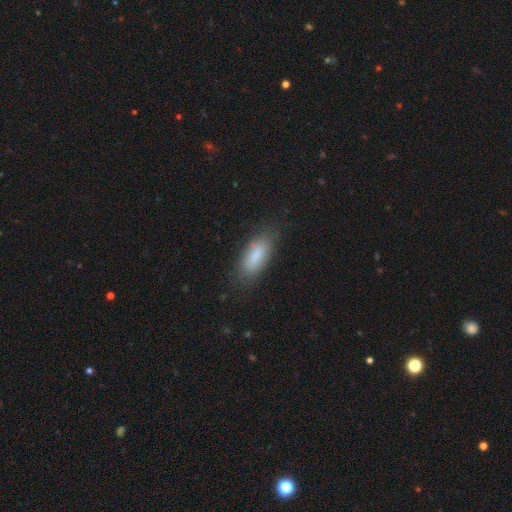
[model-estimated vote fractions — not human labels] This appears to be a smooth galaxy with no disk features (81%) that is in between round and cigar-shaped (71%). Merging: none (79%).